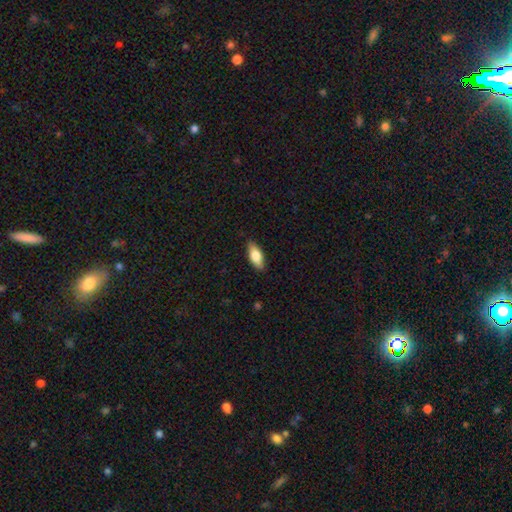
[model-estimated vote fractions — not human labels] Morphology: type=smooth (74%); roundness=in between (81%); merging=none (87%).